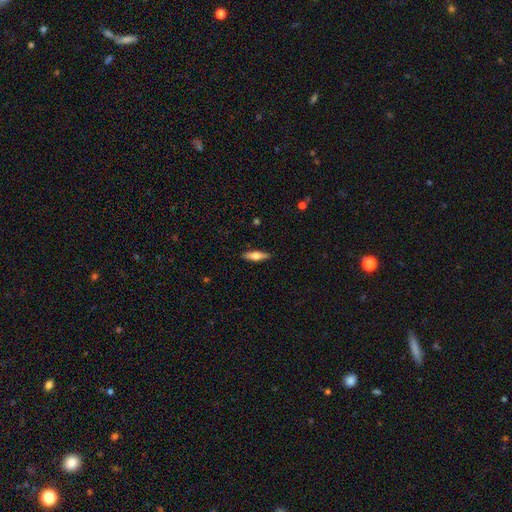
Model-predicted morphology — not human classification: This appears to be a smooth galaxy with no disk features (52%) that is cigar-shaped (64%). Merging: none (89%).